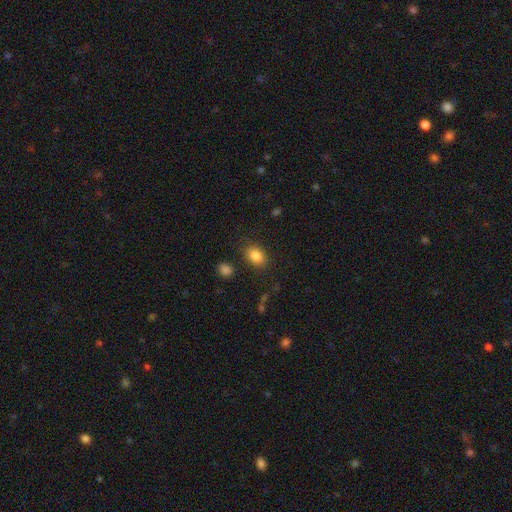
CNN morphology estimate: Smooth or featured?
  - smooth: 85% *
  - star or artifact: 9%
  - featured or disk: 6%
How rounded?
  - in between: 76% *
  - round: 23%
  - cigar-shaped: 1%
Merging?
  - none: 82% *
  - minor disturbance: 11%
  - major disturbance: 4%
  - merger: 2%